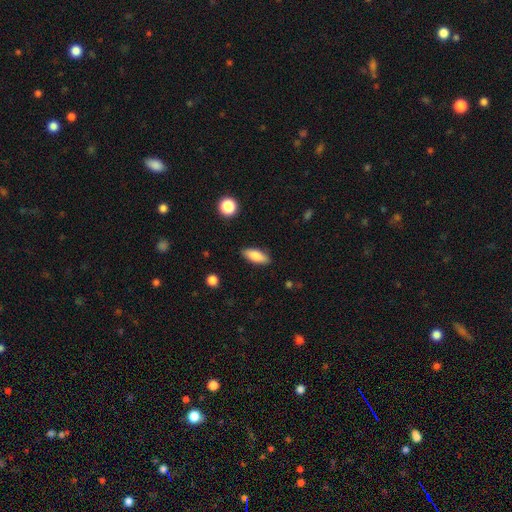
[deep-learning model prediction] This is clearly a smooth galaxy (83%). How rounded: likely in between (75%). Merging: clearly none (87%).